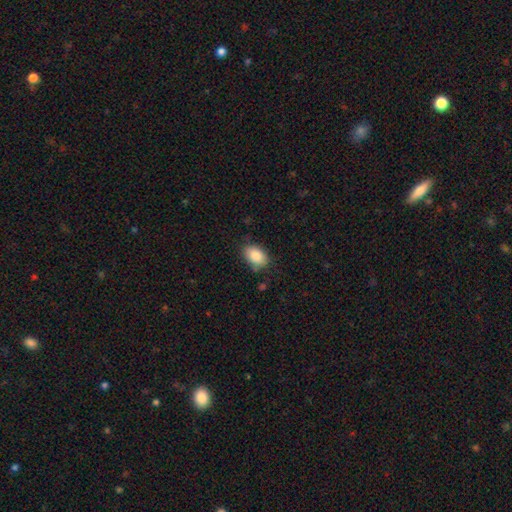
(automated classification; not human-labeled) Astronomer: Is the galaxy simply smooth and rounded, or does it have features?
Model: smooth — 87%.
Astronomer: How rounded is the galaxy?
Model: in between — 86%.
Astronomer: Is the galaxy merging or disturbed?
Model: none — 80%.